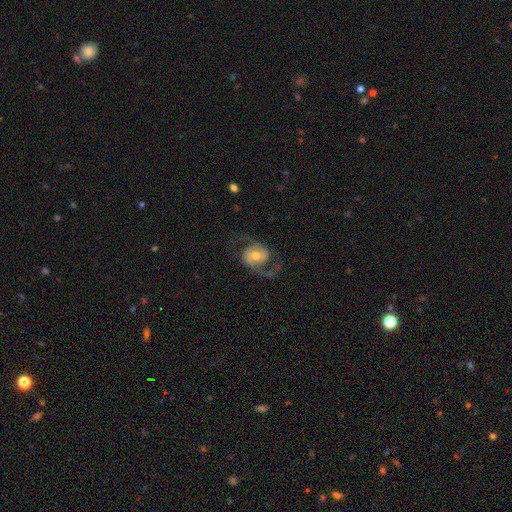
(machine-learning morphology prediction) This is clearly a featured or disk galaxy (84%). It is clearly not viewed edge-on (97%). Bar: possibly no (51%). Spiral arm pattern: clearly yes (95%). Spiral arm count: clearly 2 (93%). Spiral winding: possibly medium (48%). Central bulge: possibly moderate (57%). Merging: likely none (73%).